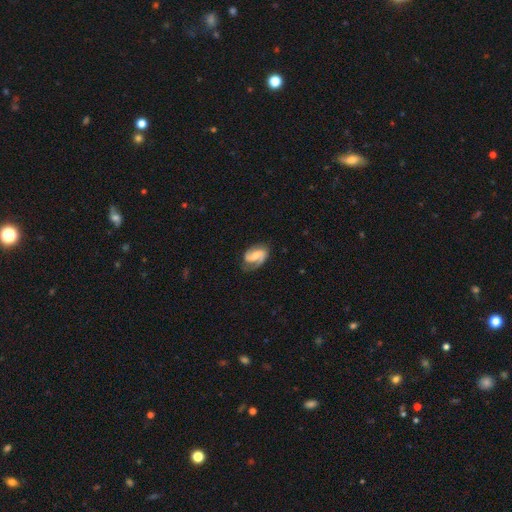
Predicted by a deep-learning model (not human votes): Morphology: type=featured or disk (84%); edge-on=no (98%); bar=weak (47%); spiral arms=yes (97%); winding=medium (49%); arm count=2 (84%); bulge=small (41%); merging=none (73%).